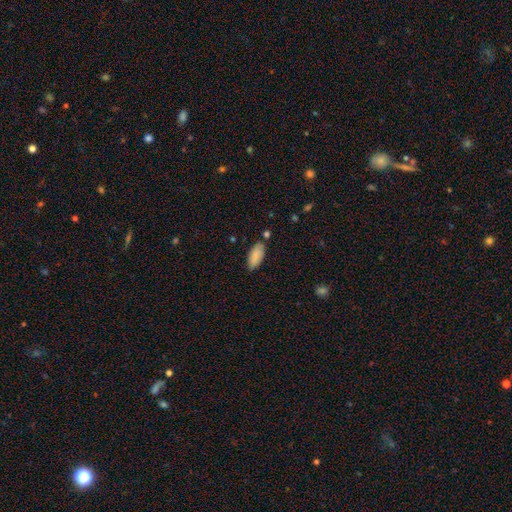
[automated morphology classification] smooth-or-featured: smooth: 88% | star or artifact: 6% | featured or disk: 6%
  how-rounded: in between: 85% | cigar-shaped: 13% | round: 2%
  merging: none: 76% | minor disturbance: 17% | merger: 4% | major disturbance: 3%